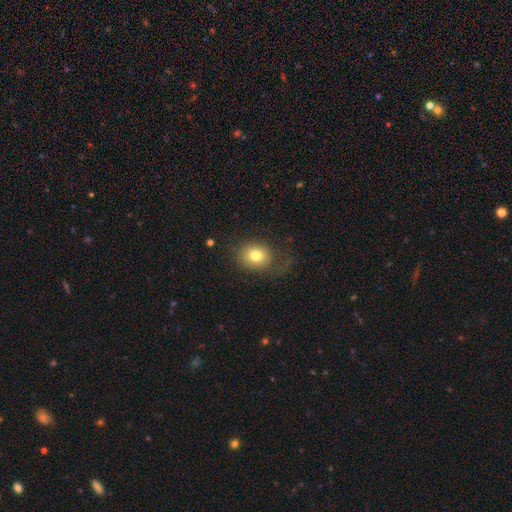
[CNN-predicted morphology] Smooth or featured?
  - smooth: 78% *
  - featured or disk: 11%
  - star or artifact: 11%
How rounded?
  - round: 59% *
  - in between: 41%
  - cigar-shaped: 1%
Merging?
  - none: 67% *
  - minor disturbance: 19%
  - major disturbance: 12%
  - merger: 1%